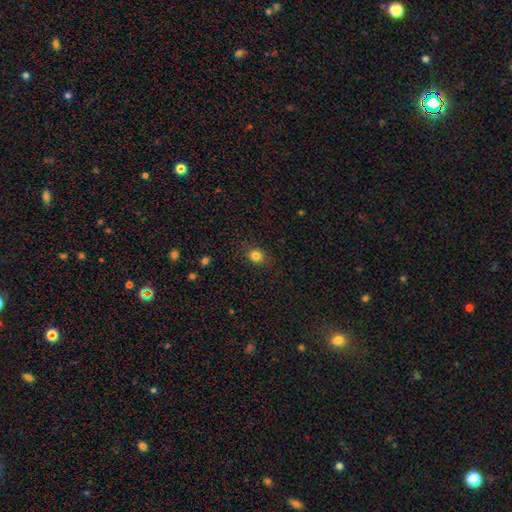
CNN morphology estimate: Smooth or featured: smooth — 81% (star or artifact — 13%)
How rounded: round — 71% (in between — 27%)
Merging: none — 85% (minor disturbance — 11%)